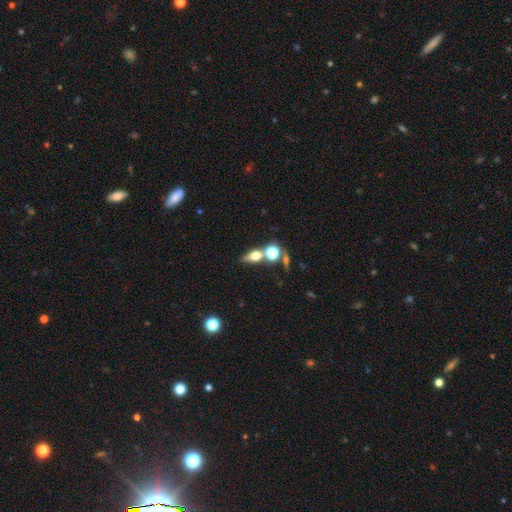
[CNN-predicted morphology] type=smooth (57%); roundness=in between (51%); merging=none (49%).